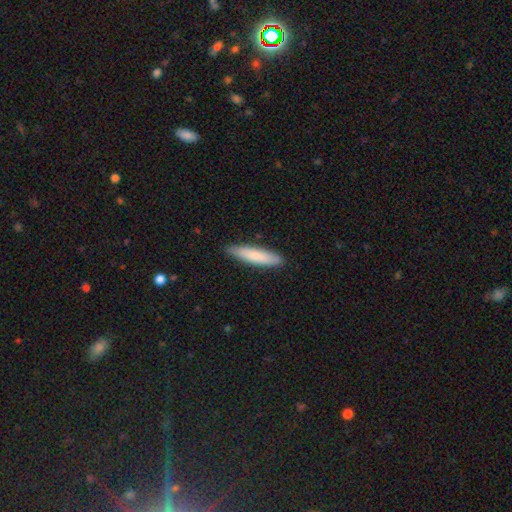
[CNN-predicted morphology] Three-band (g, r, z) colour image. It shows a smooth galaxy with no disk features (80%) that is cigar-shaped (81%). Merging: none (87%).